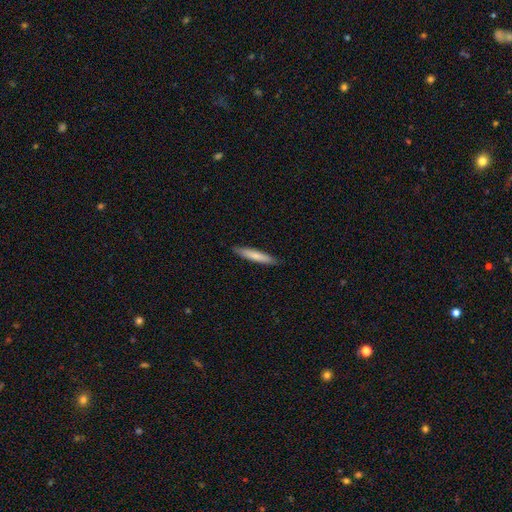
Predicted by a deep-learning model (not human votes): A smooth galaxy with no disk features (75%) that is cigar-shaped (92%). Merging: none (89%).